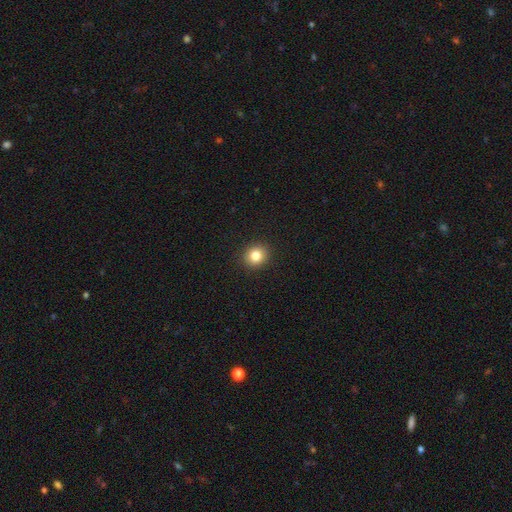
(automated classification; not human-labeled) Q: Smooth or featured?
A: smooth (82%); runner-up: star or artifact (11%)
Q: How rounded?
A: round (84%); runner-up: in between (15%)
Q: Merging?
A: none (92%); runner-up: minor disturbance (5%)